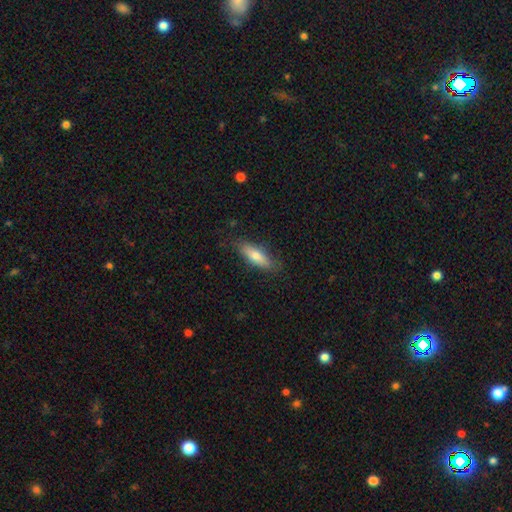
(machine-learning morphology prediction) smooth_or_featured: smooth (p=0.69) [alt: featured or disk p=0.25]
how_rounded: cigar-shaped (p=0.55) [alt: in between p=0.43]
merging: none (p=0.82) [alt: minor disturbance p=0.14]